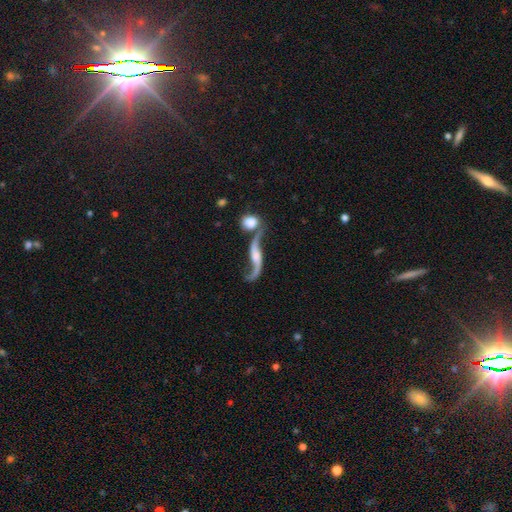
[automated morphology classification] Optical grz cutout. It shows a featured or disk galaxy (87%) with no bar (50%), 2 (93%) loose (94%) spiral arms (94%) and a small central bulge (32%). Merging: none (48%).